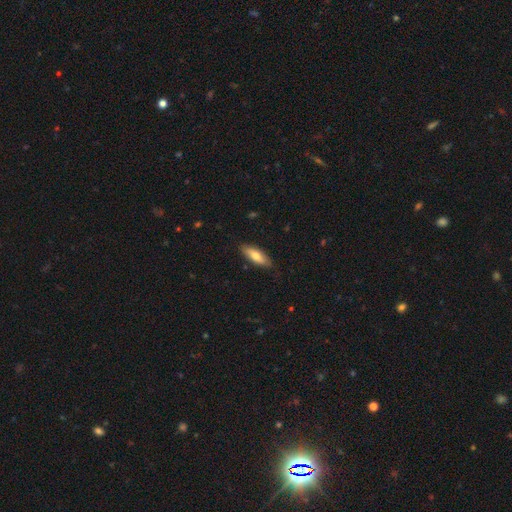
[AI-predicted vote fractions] A smooth galaxy with no disk features (68%) that is in between round and cigar-shaped (56%).

Vote fractions:
- Smooth or featured? smooth: 68% / featured or disk: 26% / star or artifact: 6%
- How rounded? in between: 56% / cigar-shaped: 41% / round: 2%
- Merging? none: 84% / minor disturbance: 13% / major disturbance: 2% / merger: 1%